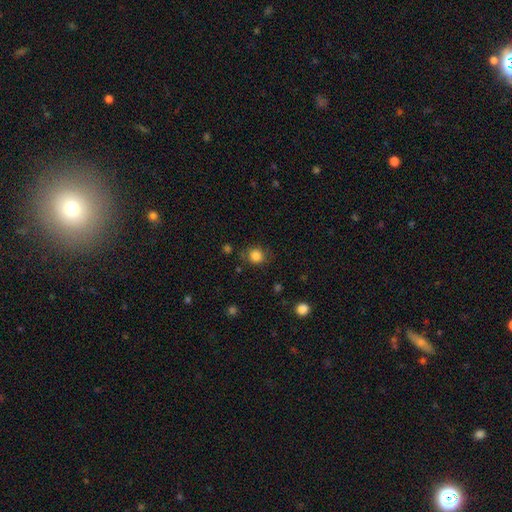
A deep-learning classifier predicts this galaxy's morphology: A smooth galaxy with no disk features (84%) that is round (81%). Merging: none (76%).